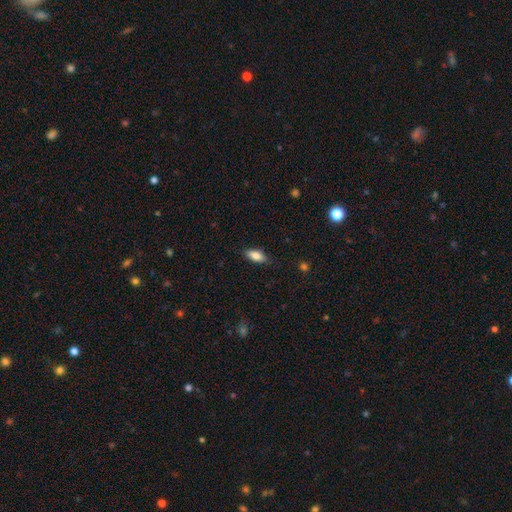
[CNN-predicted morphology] type=smooth (78%); roundness=in between (78%); merging=none (83%).